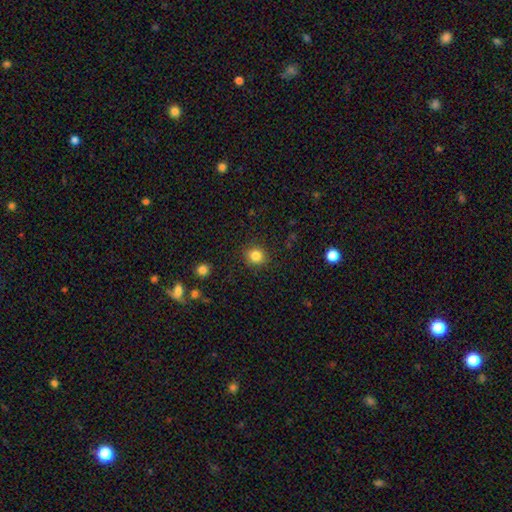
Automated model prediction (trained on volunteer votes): Smooth or featured?
  - smooth: 84% *
  - star or artifact: 11%
  - featured or disk: 5%
How rounded?
  - round: 86% *
  - in between: 13%
  - cigar-shaped: 1%
Merging?
  - none: 89% *
  - minor disturbance: 7%
  - major disturbance: 2%
  - merger: 1%